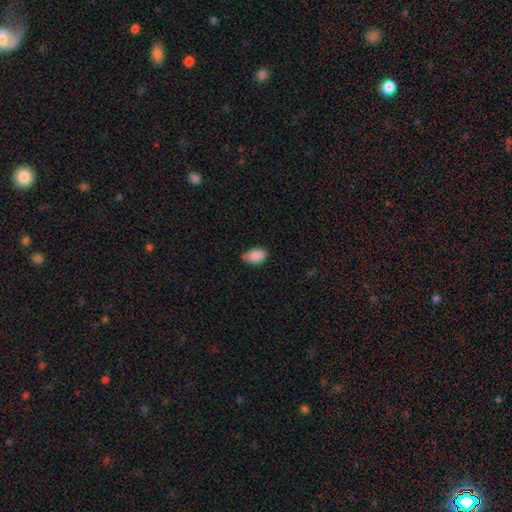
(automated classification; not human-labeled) Smooth or featured?
  - smooth: 89% *
  - star or artifact: 7%
  - featured or disk: 4%
How rounded?
  - in between: 90% *
  - round: 8%
  - cigar-shaped: 1%
Merging?
  - none: 70% *
  - minor disturbance: 25%
  - major disturbance: 3%
  - merger: 1%